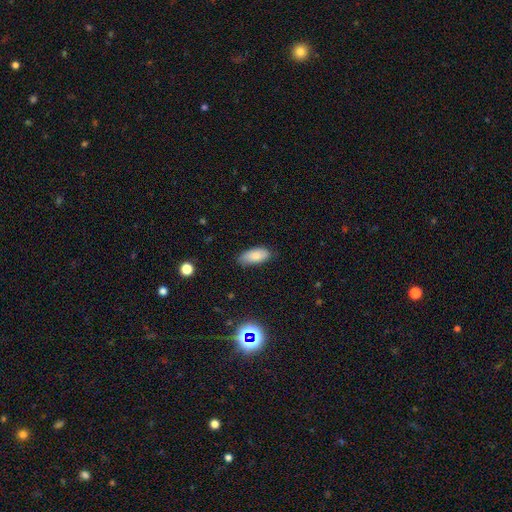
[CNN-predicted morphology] Smooth or featured? Predicted: smooth (p=0.82). How rounded? Predicted: in between (p=0.88). Merging? Predicted: none (p=0.80).